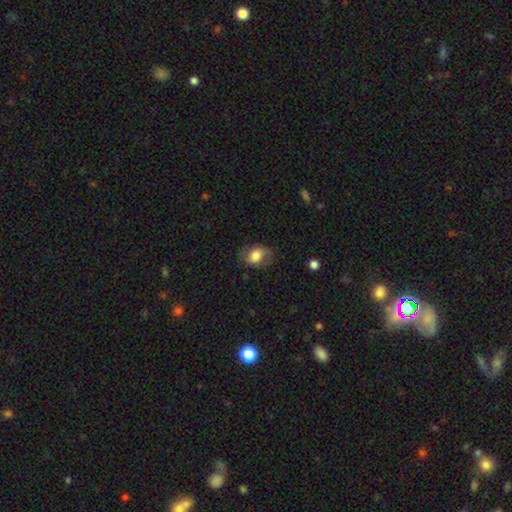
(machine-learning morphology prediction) Smooth or featured?
  - smooth: 73% *
  - featured or disk: 19%
  - star or artifact: 8%
How rounded?
  - in between: 67% *
  - round: 32%
  - cigar-shaped: 1%
Merging?
  - none: 70% *
  - minor disturbance: 20%
  - major disturbance: 9%
  - merger: 1%